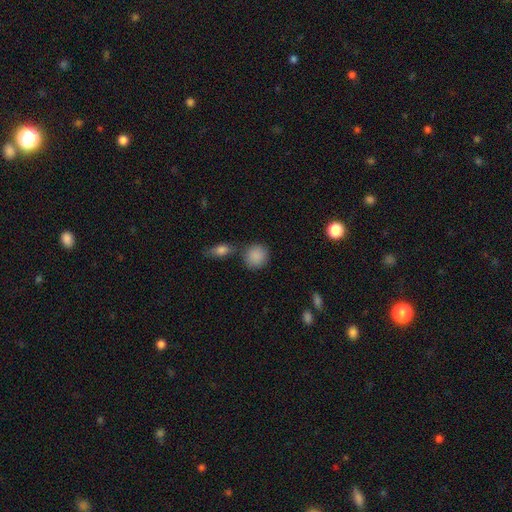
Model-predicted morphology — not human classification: smooth-or-featured: smooth: 87% | star or artifact: 8% | featured or disk: 5%
  how-rounded: round: 83% | in between: 16% | cigar-shaped: 1%
  merging: none: 72% | merger: 12% | minor disturbance: 12% | major disturbance: 4%